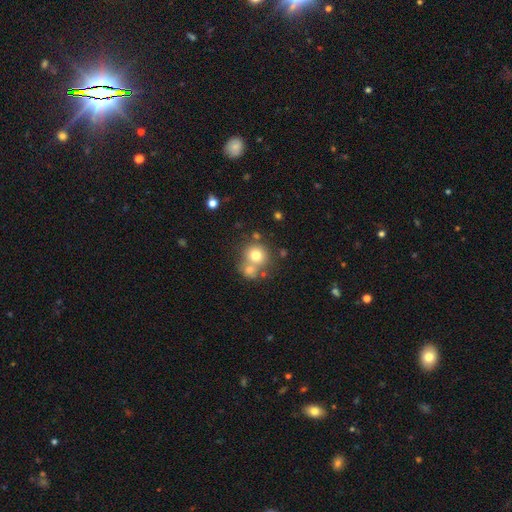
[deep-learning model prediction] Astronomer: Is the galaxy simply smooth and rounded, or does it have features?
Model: smooth — 73%.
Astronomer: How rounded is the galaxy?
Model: round — 86%.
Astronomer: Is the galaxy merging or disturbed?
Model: none — 46% (runner-up: merger, 42%).